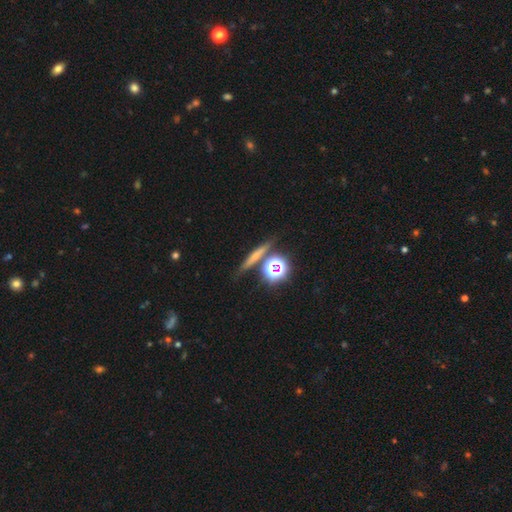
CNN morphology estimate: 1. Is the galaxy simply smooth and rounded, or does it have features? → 47% smooth, 31% featured or disk, 23% star or artifact.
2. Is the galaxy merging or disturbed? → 79% none, 10% minor disturbance, 8% merger, 3% major disturbance.